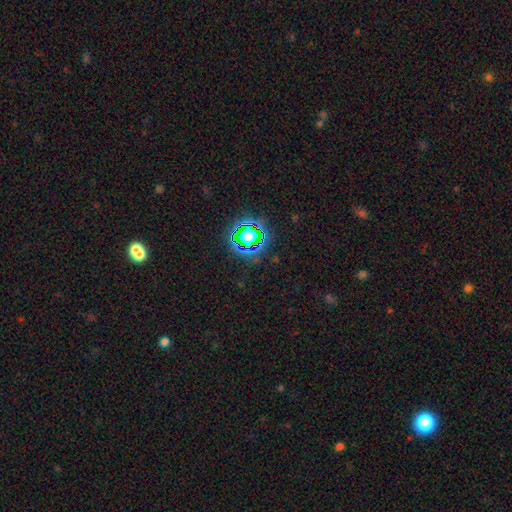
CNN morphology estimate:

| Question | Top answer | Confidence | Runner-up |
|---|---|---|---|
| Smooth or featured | star or artifact | 76% | smooth (16%) |